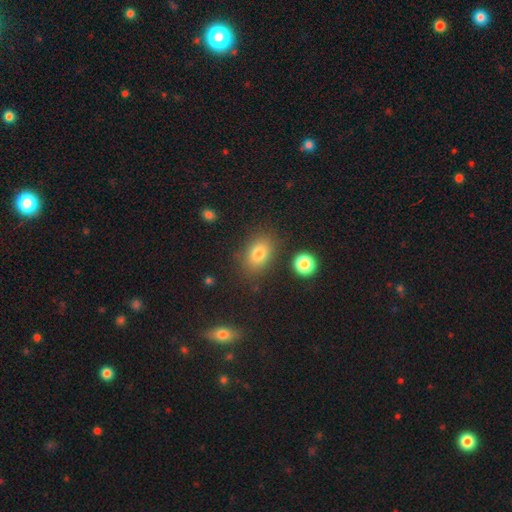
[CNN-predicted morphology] Smooth or featured: smooth — 73% (star or artifact — 18%)
How rounded: in between — 73% (round — 25%)
Merging: none — 85% (minor disturbance — 9%)